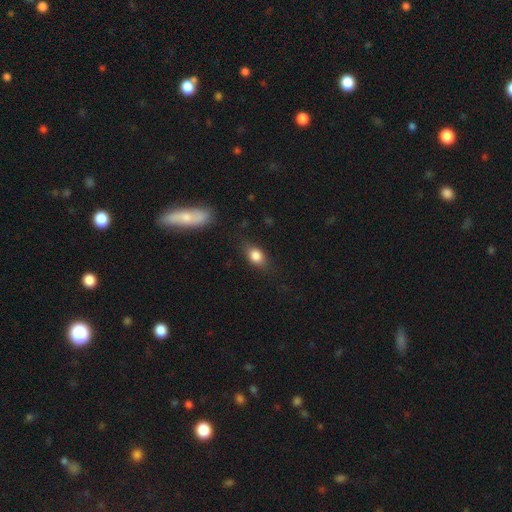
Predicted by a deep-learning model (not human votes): A smooth galaxy with no disk features (79%) that is in between round and cigar-shaped (70%). Merging: none (75%).